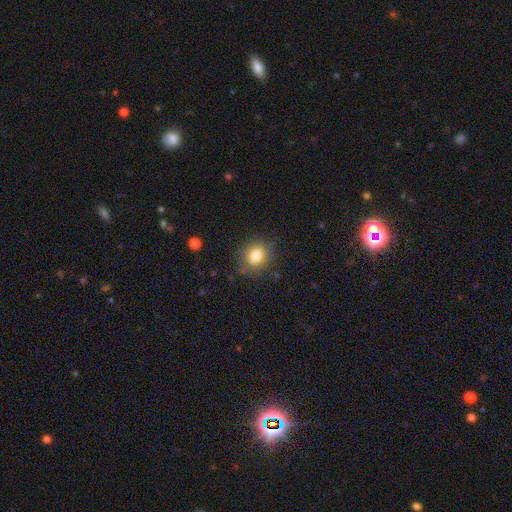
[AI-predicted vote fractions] Smooth or featured: smooth — 80% (star or artifact — 11%)
How rounded: round — 74% (in between — 25%)
Merging: none — 83% (minor disturbance — 12%)